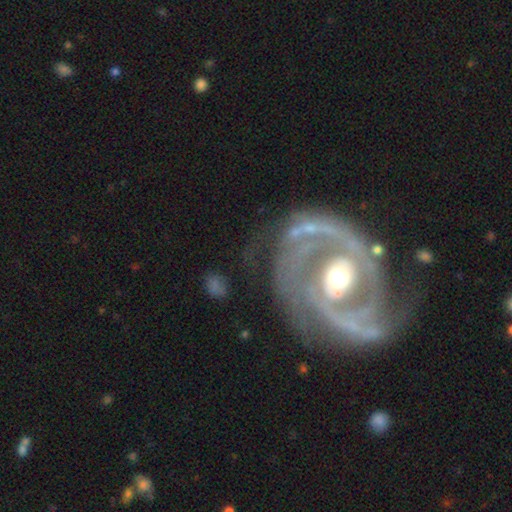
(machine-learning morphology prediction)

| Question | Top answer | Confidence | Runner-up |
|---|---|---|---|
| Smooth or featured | featured or disk | 92% | star or artifact (5%) |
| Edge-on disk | no | 97% | yes (3%) |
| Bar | weak | 36% | tied: no (36%) |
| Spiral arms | yes | 97% | no (3%) |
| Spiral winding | medium | 48% | tight (40%) |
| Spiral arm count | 2 | 77% | 3 (9%) |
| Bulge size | moderate | 70% | small (20%) |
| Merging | none | 68% | minor disturbance (19%) |